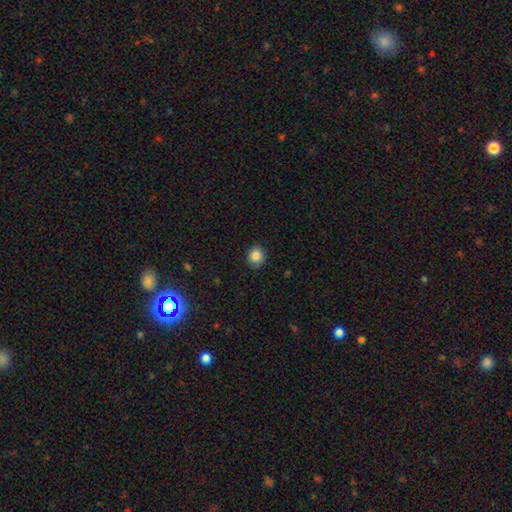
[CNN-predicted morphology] A smooth galaxy with no disk features (85%) that is round (88%). Merging: none (90%).